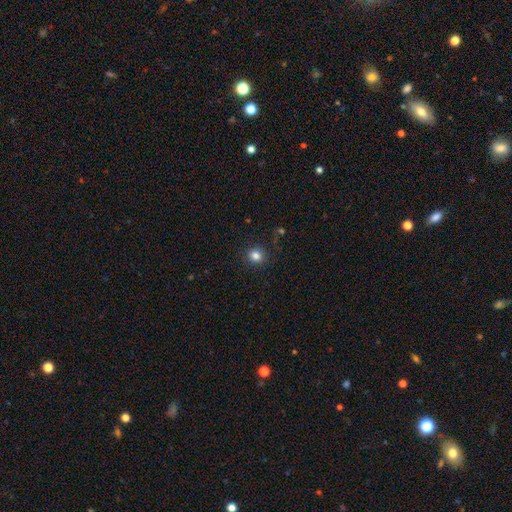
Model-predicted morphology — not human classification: Smooth or featured? smooth (83%)
How rounded? round (87%)
Merging? none (89%)